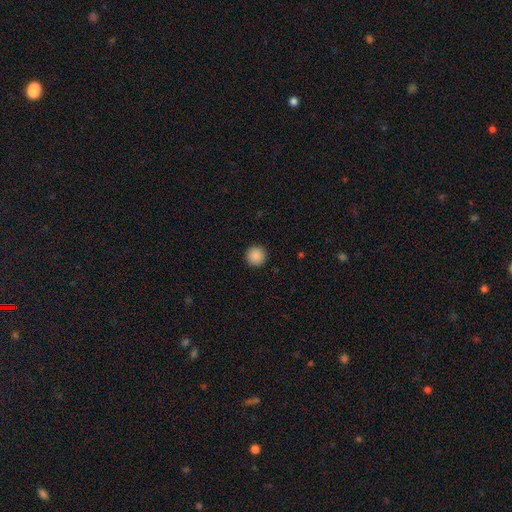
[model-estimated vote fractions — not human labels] A smooth galaxy with no disk features (89%) that is round (96%).

Vote fractions:
- Smooth or featured? smooth: 89% / star or artifact: 9% / featured or disk: 2%
- How rounded? round: 96% / in between: 3% / cigar-shaped: 1%
- Merging? none: 93% / minor disturbance: 4% / major disturbance: 2% / merger: 1%